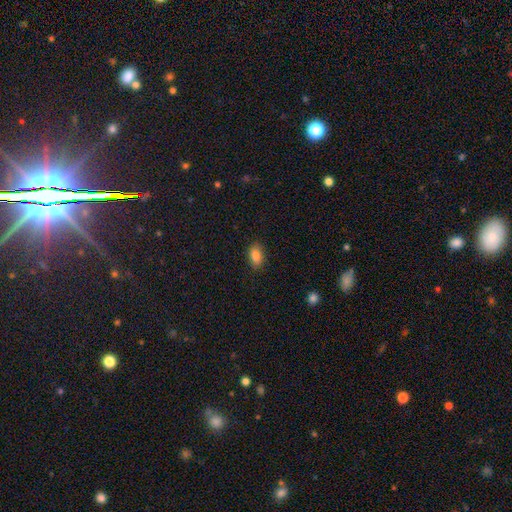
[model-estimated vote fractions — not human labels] smooth_or_featured: smooth (p=0.85) [alt: star or artifact p=0.09]
how_rounded: in between (p=0.89) [alt: round p=0.07]
merging: none (p=0.86) [alt: minor disturbance p=0.10]